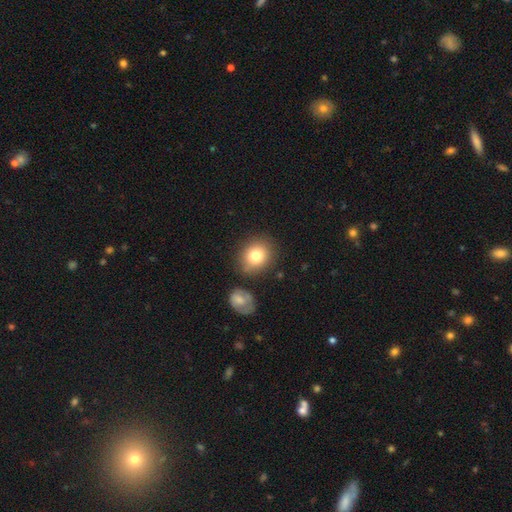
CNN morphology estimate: The model was most divided on "how rounded": round: 71%, in between: 28%, cigar-shaped: 1%. More confident: smooth or featured — smooth (80%); merging — none (77%).